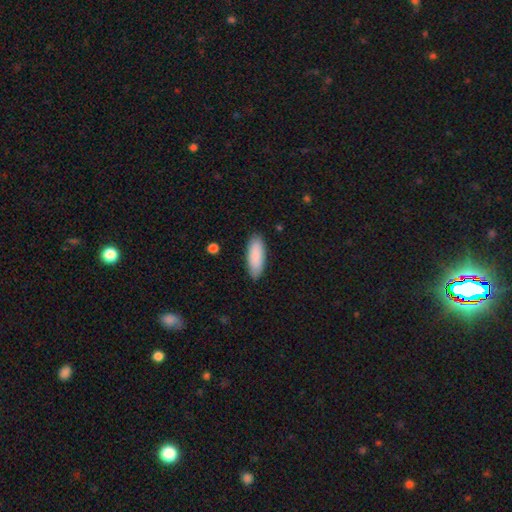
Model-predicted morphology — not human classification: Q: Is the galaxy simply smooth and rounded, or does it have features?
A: smooth — 88%.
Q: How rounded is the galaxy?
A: in between — 68%.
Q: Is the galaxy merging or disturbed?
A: none — 88%.